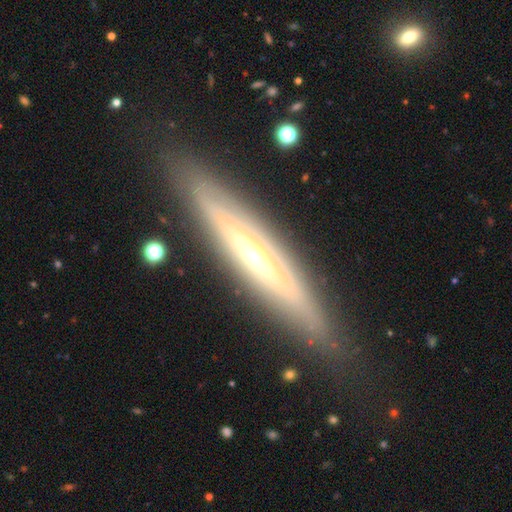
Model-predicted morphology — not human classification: The model was most divided on "edge-on bulge": rounded: 69%, none: 25%, boxy: 6%. More confident: edge-on disk — yes (85%); merging — none (83%); smooth or featured — featured or disk (75%).